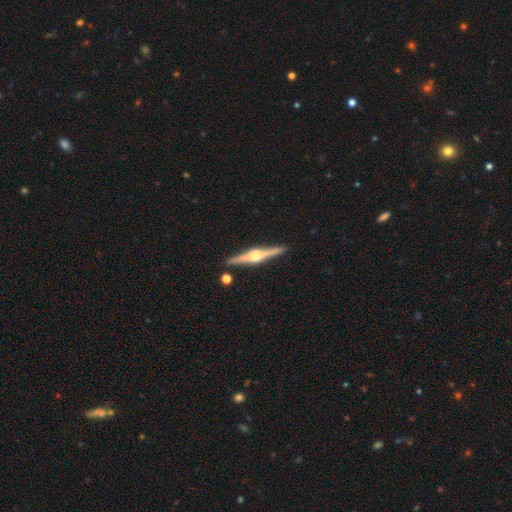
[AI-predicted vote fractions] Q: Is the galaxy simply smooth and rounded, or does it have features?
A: featured or disk — 84%.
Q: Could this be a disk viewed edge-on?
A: yes — 98%.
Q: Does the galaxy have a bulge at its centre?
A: rounded — 88%.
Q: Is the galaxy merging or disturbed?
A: none — 89%.